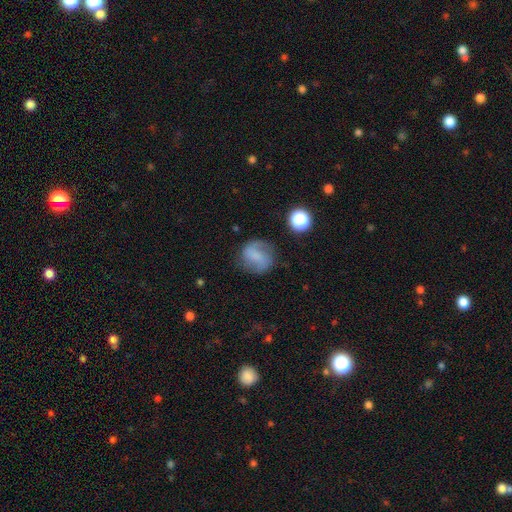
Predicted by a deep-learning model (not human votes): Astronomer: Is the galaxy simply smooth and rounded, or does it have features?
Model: smooth — 45% (runner-up: featured or disk, 43%).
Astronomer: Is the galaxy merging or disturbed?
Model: none — 70%.